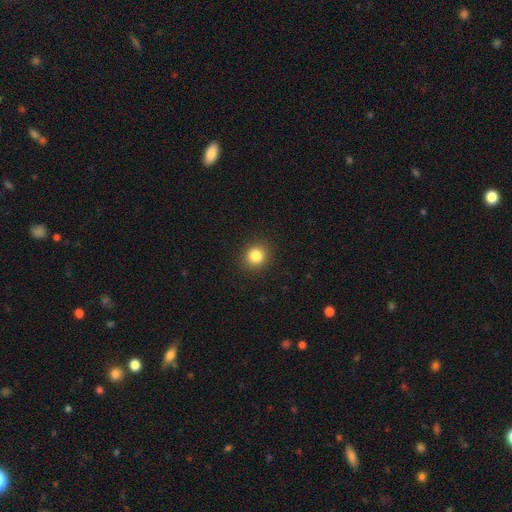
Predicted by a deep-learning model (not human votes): Smooth or featured? Predicted: smooth (p=0.84). How rounded? Predicted: round (p=0.87). Merging? Predicted: none (p=0.91).